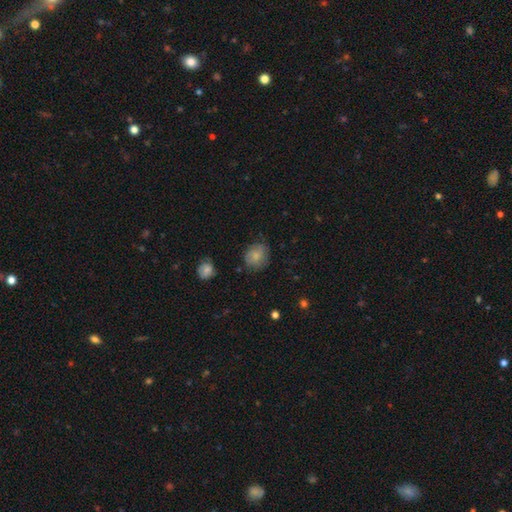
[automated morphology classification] Smooth or featured: smooth — 78% (featured or disk — 14%)
How rounded: round — 71% (in between — 28%)
Merging: none — 69% (minor disturbance — 24%)